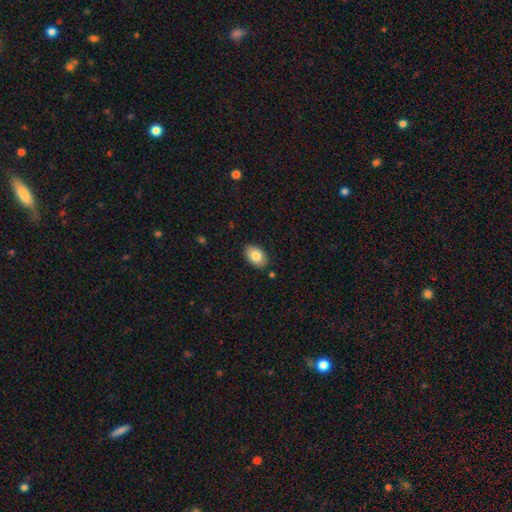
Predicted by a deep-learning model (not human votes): smooth 83%, featured or disk 10%, star or artifact 7%. Down the decision tree: how rounded — in between (88%); merging — none (86%).